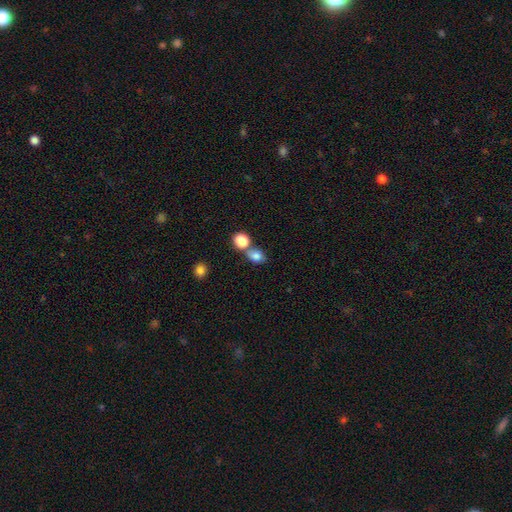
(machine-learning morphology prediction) Smooth or featured: smooth — 81% (star or artifact — 11%)
How rounded: in between — 51% (round — 47%)
Merging: none — 44% (merger — 42%)